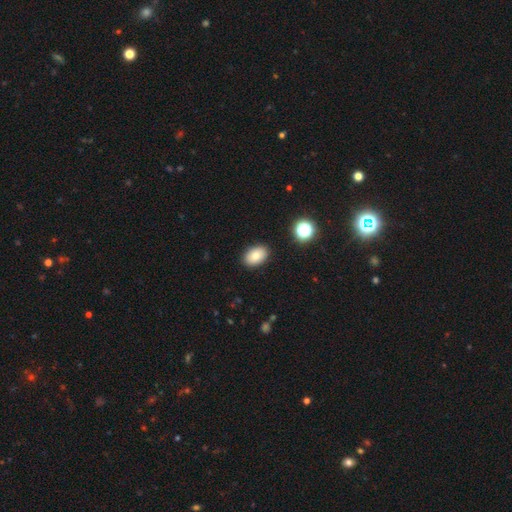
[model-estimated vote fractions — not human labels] Smooth or featured? Predicted: smooth (p=0.82). How rounded? Predicted: in between (p=0.87). Merging? Predicted: none (p=0.89).